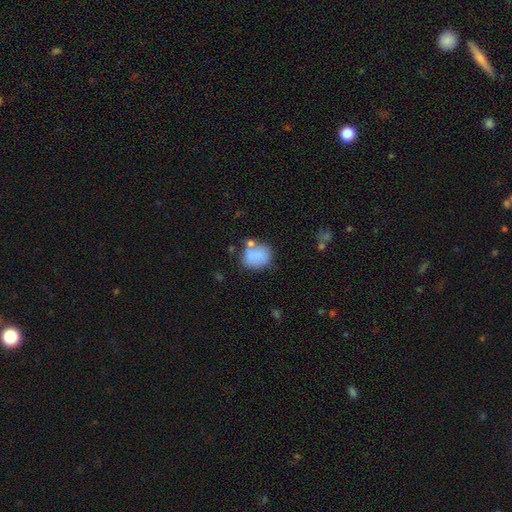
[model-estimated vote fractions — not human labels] Morphology: type=smooth (76%); roundness=round (64%); merging=none (55%).